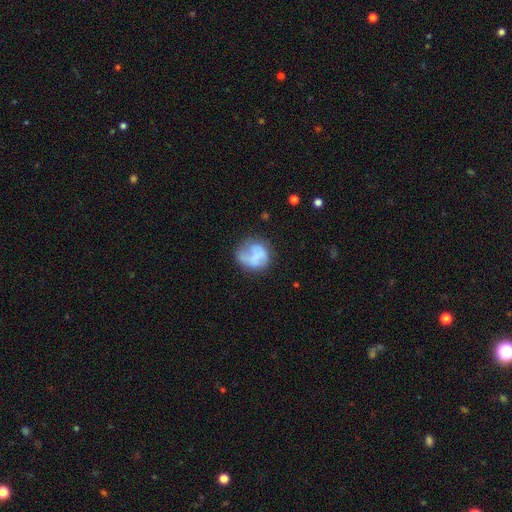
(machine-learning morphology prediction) Smooth or featured: smooth — 58% (featured or disk — 33%)
How rounded: round — 78% (in between — 21%)
Merging: none — 46% (minor disturbance — 25%)